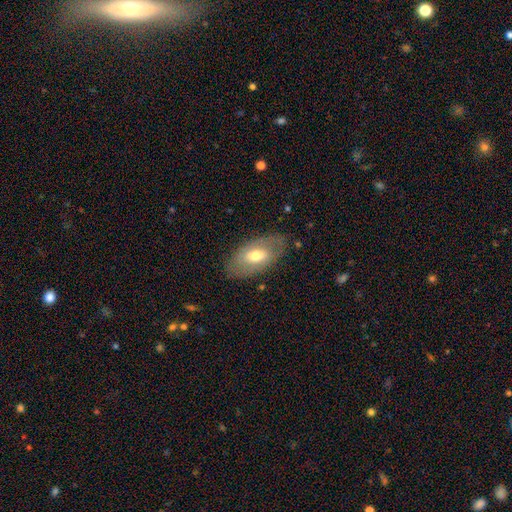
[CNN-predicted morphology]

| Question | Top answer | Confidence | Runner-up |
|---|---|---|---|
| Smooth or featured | smooth | 55% | featured or disk (39%) |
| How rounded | in between | 92% | round (5%) |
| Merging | none | 80% | minor disturbance (14%) |